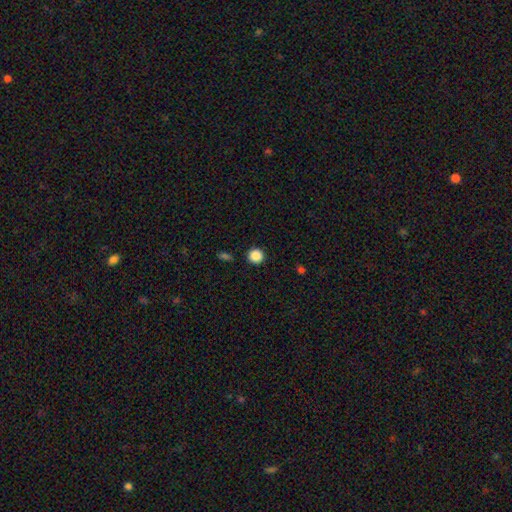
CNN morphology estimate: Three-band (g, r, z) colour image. It shows a smooth galaxy with no disk features (87%) that is round (94%). Merging: none (92%).